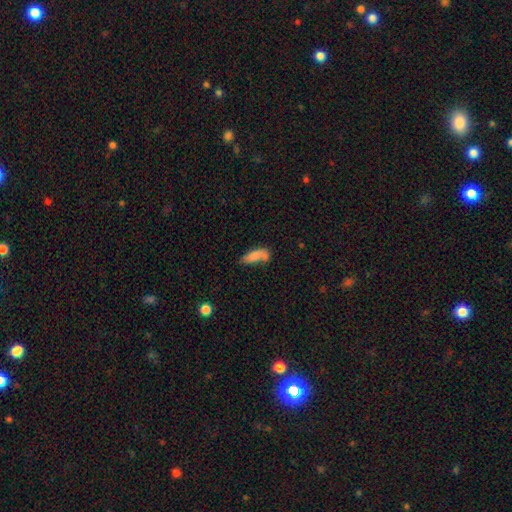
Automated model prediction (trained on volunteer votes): The model was most divided on "merging": none: 41%, minor disturbance: 23%, merger: 23%, major disturbance: 13%. More confident: smooth or featured — smooth (77%); how rounded — in between (67%).